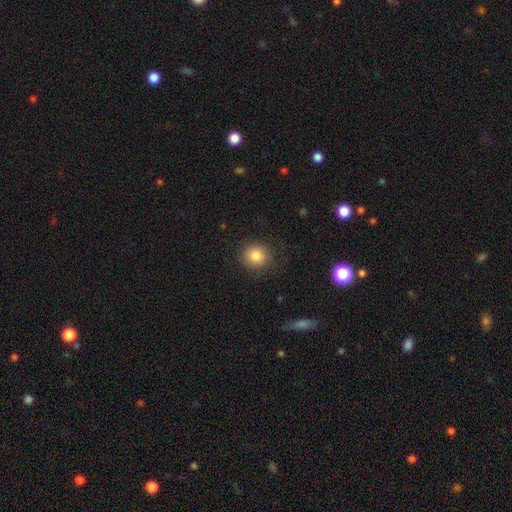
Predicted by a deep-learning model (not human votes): smooth-or-featured: smooth: 85% | star or artifact: 9% | featured or disk: 6%
  how-rounded: round: 86% | in between: 13% | cigar-shaped: 1%
  merging: none: 86% | minor disturbance: 10% | major disturbance: 3% | merger: 1%